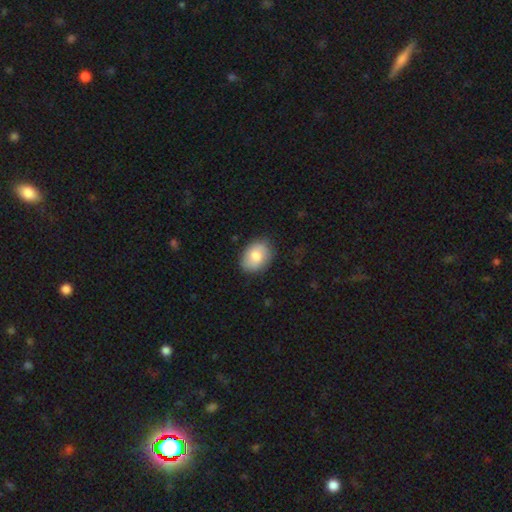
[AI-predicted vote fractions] The model was most divided on "smooth or featured": smooth: 72%, featured or disk: 22%, star or artifact: 6%. More confident: merging — none (82%); how rounded — in between (75%).